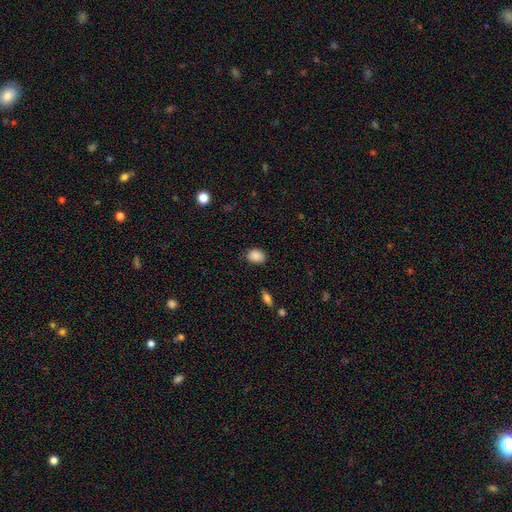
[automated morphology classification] A smooth galaxy with no disk features (88%) that is in between round and cigar-shaped (65%).

Vote fractions:
- Smooth or featured? smooth: 88% / star or artifact: 8% / featured or disk: 4%
- How rounded? in between: 65% / round: 34% / cigar-shaped: 1%
- Merging? none: 79% / minor disturbance: 17% / major disturbance: 3% / merger: 1%